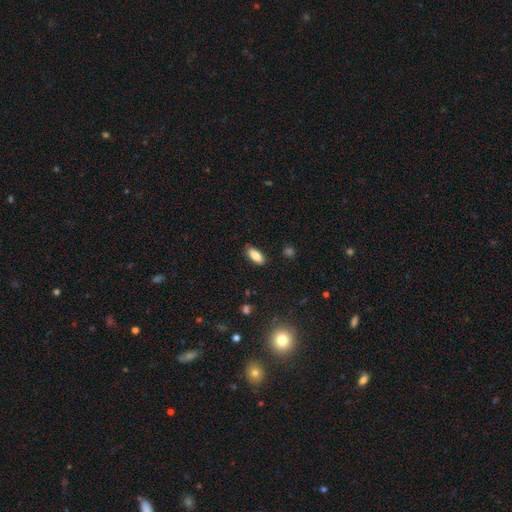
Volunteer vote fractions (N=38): smooth_or_featured: smooth (p=0.89) [alt: featured or disk p=0.08]
how_rounded: in between (p=0.74) [alt: cigar-shaped p=0.24]
merging: none (p=0.86) [alt: minor disturbance p=0.05]